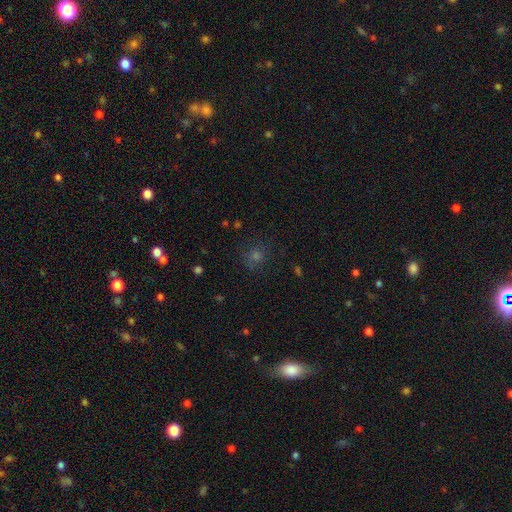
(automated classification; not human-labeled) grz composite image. It shows a smooth galaxy with no disk features (51%) that is round (88%). Merging: none (84%).